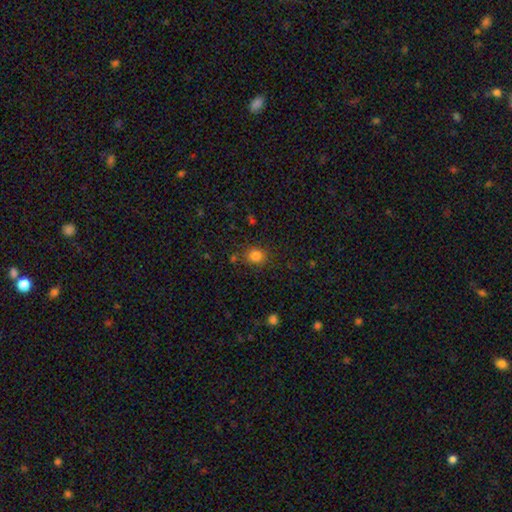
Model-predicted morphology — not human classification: type=smooth (82%); roundness=round (78%); merging=none (80%).